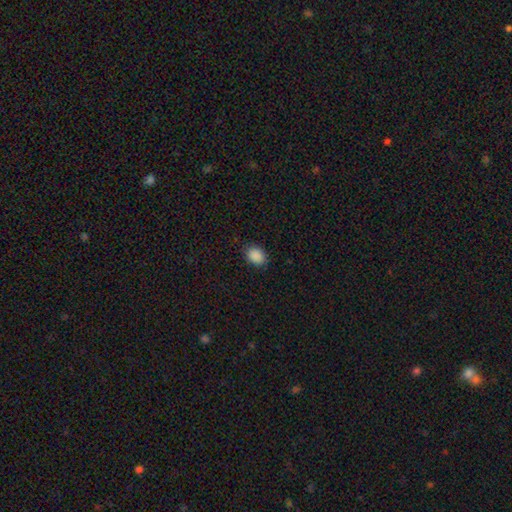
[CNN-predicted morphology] Smooth or featured? smooth (89%)
How rounded? in between (58%)
Merging? none (86%)